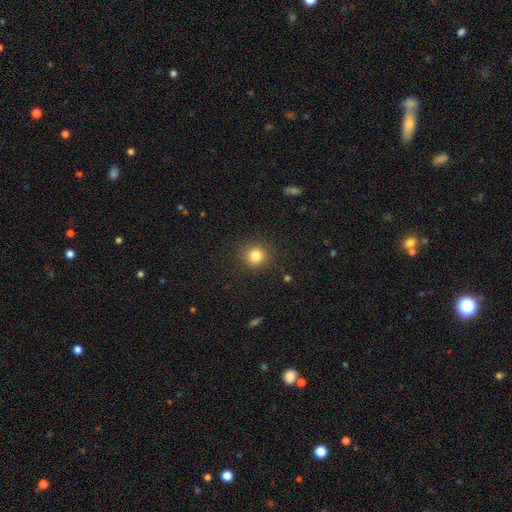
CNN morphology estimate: type=smooth (82%); roundness=round (91%); merging=none (89%).